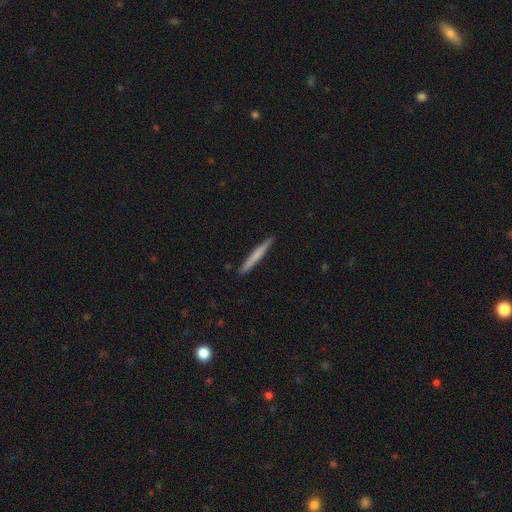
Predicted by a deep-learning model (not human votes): This appears to be a smooth galaxy with no disk features (63%) that is cigar-shaped (97%). Merging: none (90%).